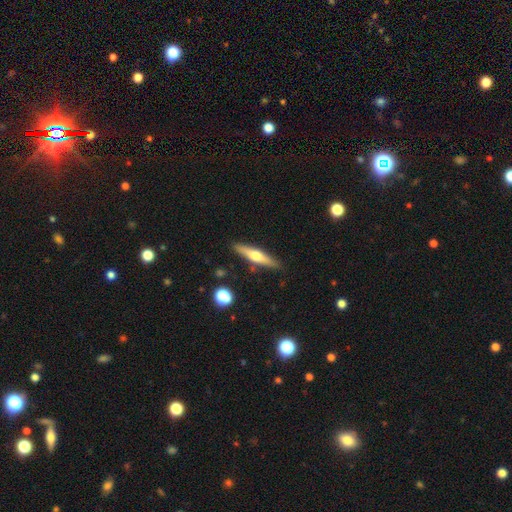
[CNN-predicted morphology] Smooth or featured: featured or disk — 53% (smooth — 41%)
Edge-on disk: yes — 94% (no — 6%)
Edge-on bulge: rounded — 91% (none — 4%)
Merging: none — 88% (minor disturbance — 8%)